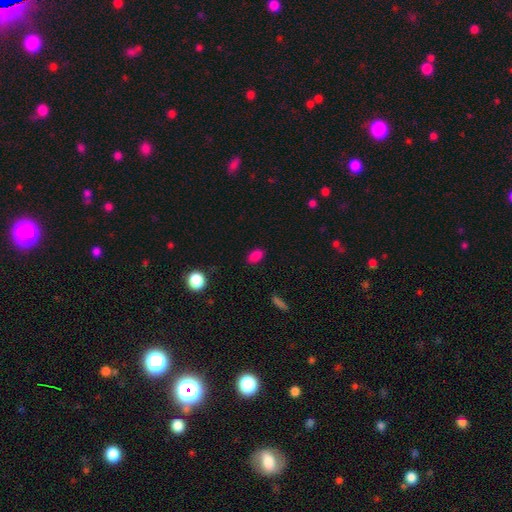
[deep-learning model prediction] Smooth or featured?
  - smooth: 84% *
  - star or artifact: 12%
  - featured or disk: 4%
How rounded?
  - in between: 87% *
  - round: 10%
  - cigar-shaped: 3%
Merging?
  - none: 85% *
  - minor disturbance: 11%
  - major disturbance: 3%
  - merger: 1%